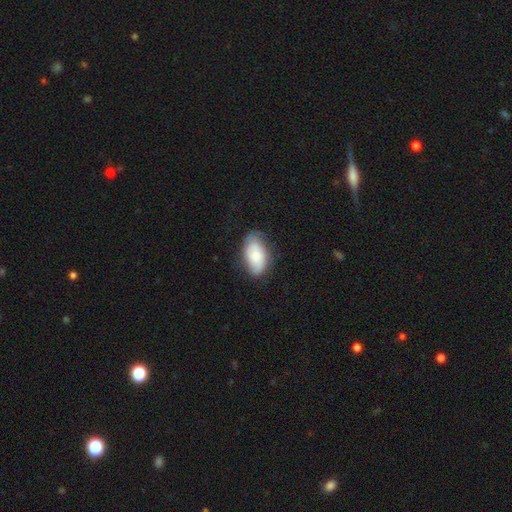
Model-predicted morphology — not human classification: This appears to be a smooth galaxy with no disk features (65%) that is in between round and cigar-shaped (94%). Merging: none (67%).